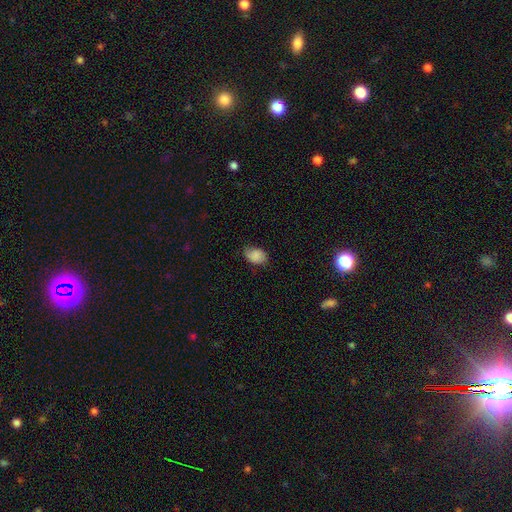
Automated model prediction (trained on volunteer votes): The model was most divided on "merging": none: 66%, minor disturbance: 27%, major disturbance: 6%, merger: 1%. More confident: smooth or featured — smooth (80%); how rounded — in between (78%).